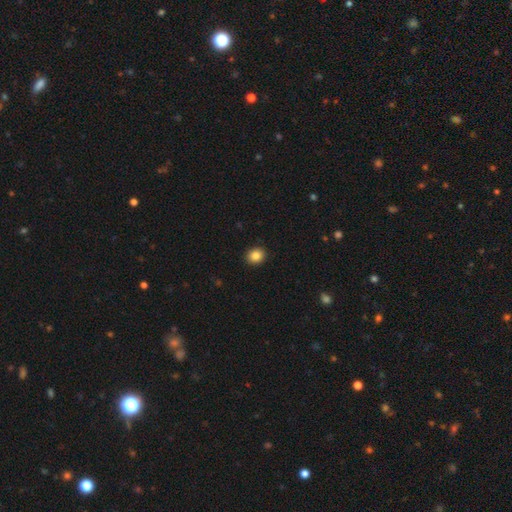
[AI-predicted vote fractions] A smooth galaxy with no disk features (86%) that is round (70%). Merging: none (92%).